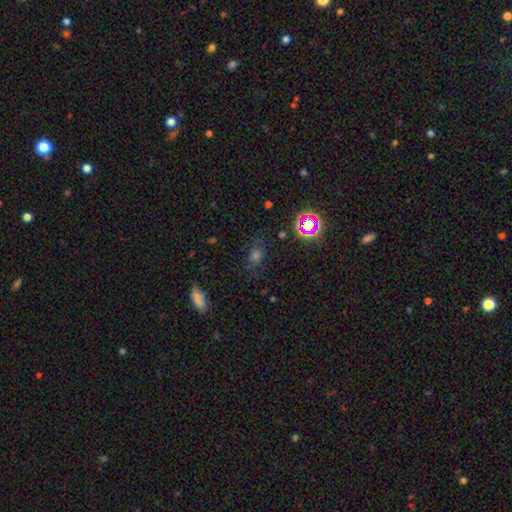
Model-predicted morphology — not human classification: Smooth or featured: smooth — 45% (star or artifact — 38%)
Merging: none — 72% (minor disturbance — 17%)